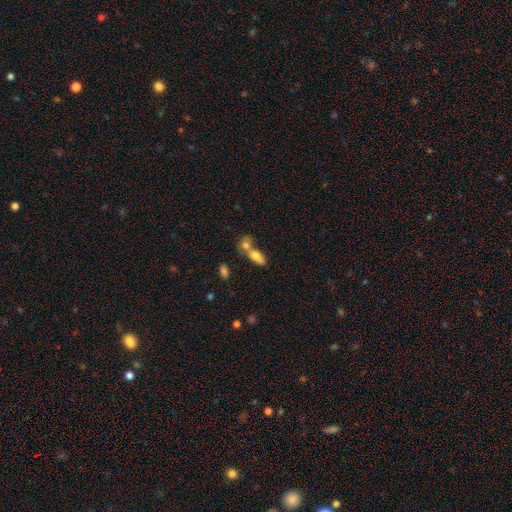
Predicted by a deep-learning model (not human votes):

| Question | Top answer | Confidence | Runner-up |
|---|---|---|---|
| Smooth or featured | smooth | 73% | featured or disk (18%) |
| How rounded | in between | 76% | cigar-shaped (16%) |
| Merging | merger | 55% | none (31%) |